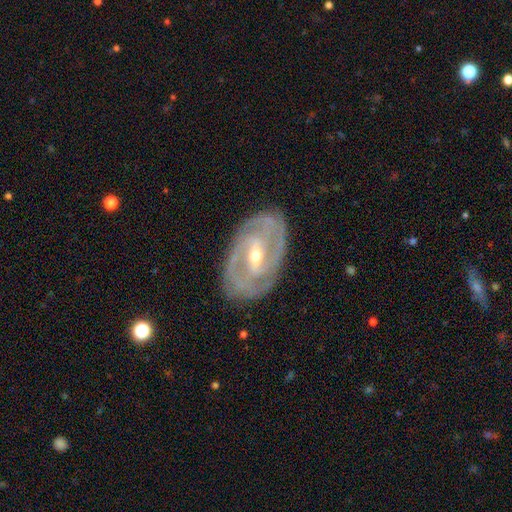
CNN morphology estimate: This is clearly a featured or disk galaxy (88%). It is clearly not viewed edge-on (95%). Bar: possibly strong (45%). Spiral arm pattern: clearly yes (93%). Spiral arm count: possibly 2 (55%). Spiral winding: possibly tight (58%). Central bulge: possibly moderate (49%). Merging: clearly none (82%).